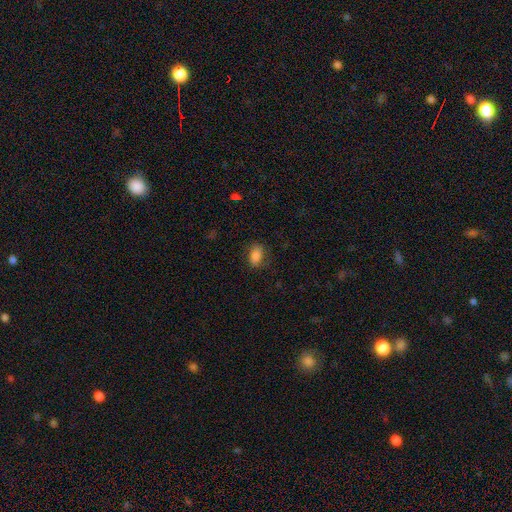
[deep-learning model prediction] Overall: smooth (81%). How rounded: in between (84%). Merging: none (76%).